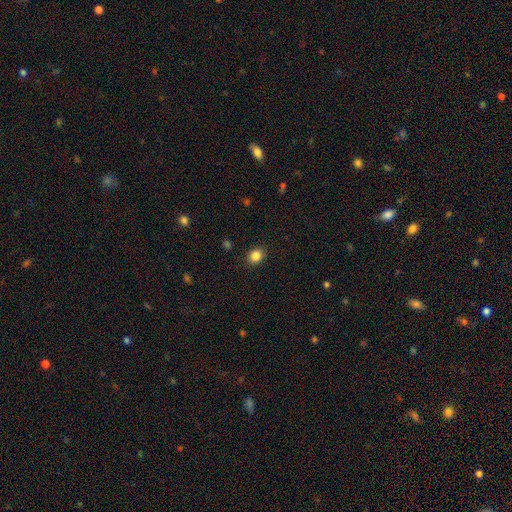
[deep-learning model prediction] This is clearly a smooth galaxy (86%). How rounded: likely round (62%). Merging: clearly none (89%).